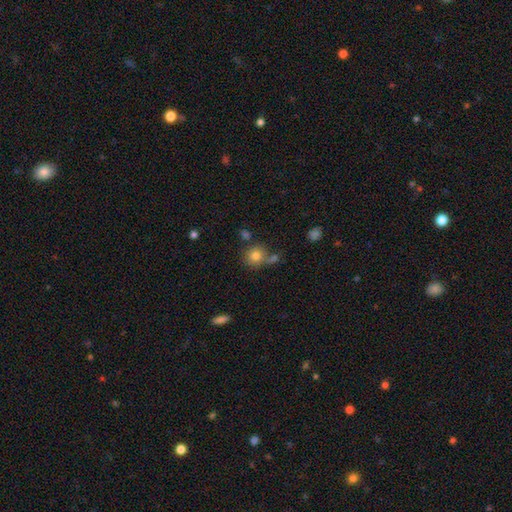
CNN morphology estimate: smooth-or-featured: smooth: 79% | star or artifact: 11% | featured or disk: 10%
  how-rounded: round: 86% | in between: 13% | cigar-shaped: 1%
  merging: none: 65% | merger: 18% | minor disturbance: 13% | major disturbance: 5%